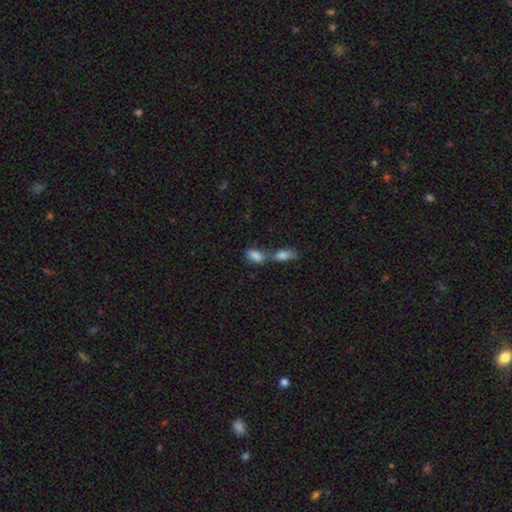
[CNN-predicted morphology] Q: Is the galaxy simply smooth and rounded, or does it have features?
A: smooth — 82%.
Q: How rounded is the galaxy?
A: in between — 85%.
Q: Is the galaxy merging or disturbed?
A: merger — 61%.